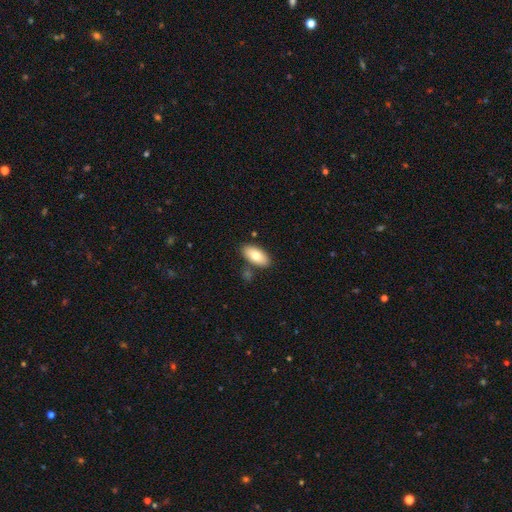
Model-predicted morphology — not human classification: smooth 79%, featured or disk 14%, star or artifact 6%. Down the decision tree: how rounded — in between (92%); merging — none (82%).